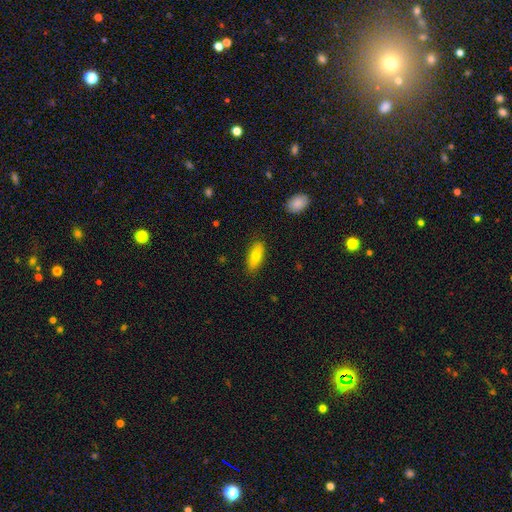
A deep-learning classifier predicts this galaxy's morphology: This appears to be a smooth galaxy with no disk features (78%) that is in between round and cigar-shaped (77%). Merging: none (85%).